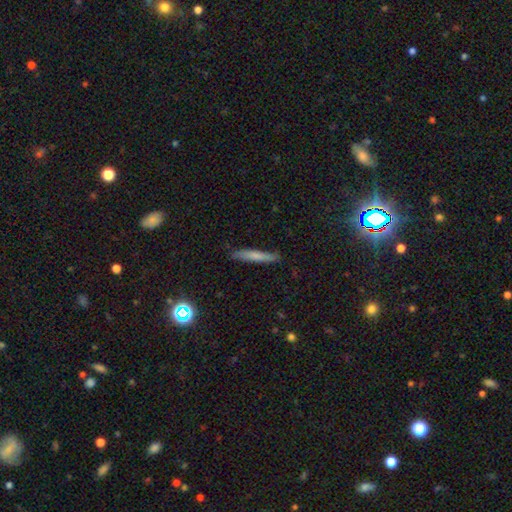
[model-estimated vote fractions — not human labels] Morphology: type=smooth (68%); roundness=cigar-shaped (93%); merging=none (85%).